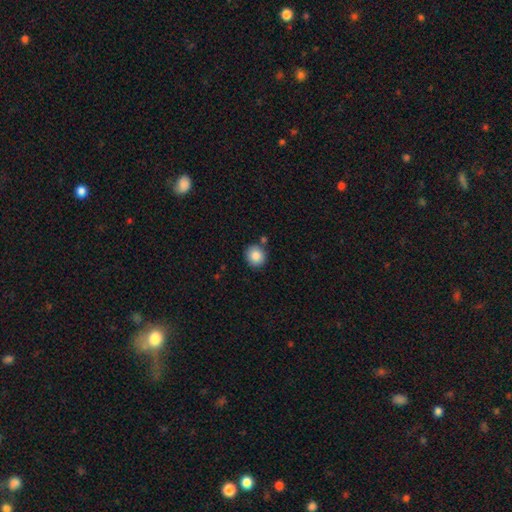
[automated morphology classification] A smooth galaxy with no disk features (86%) that is round (87%).

Vote fractions:
- Smooth or featured? smooth: 86% / star or artifact: 8% / featured or disk: 5%
- How rounded? round: 87% / in between: 12% / cigar-shaped: 1%
- Merging? none: 80% / minor disturbance: 10% / merger: 7% / major disturbance: 3%